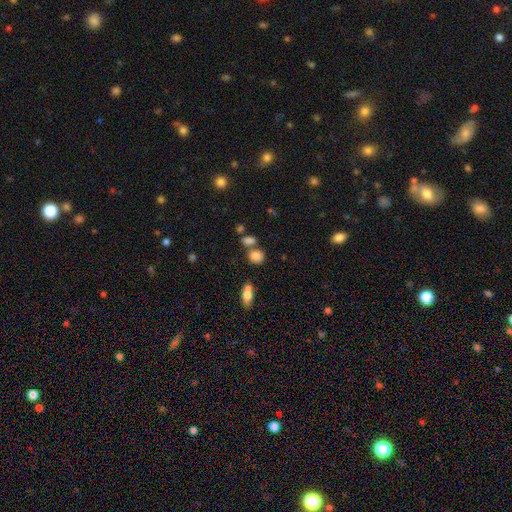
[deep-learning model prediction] The model was most divided on "how rounded": round: 62%, in between: 36%, cigar-shaped: 2%. More confident: smooth or featured — smooth (82%); merging — none (58%).